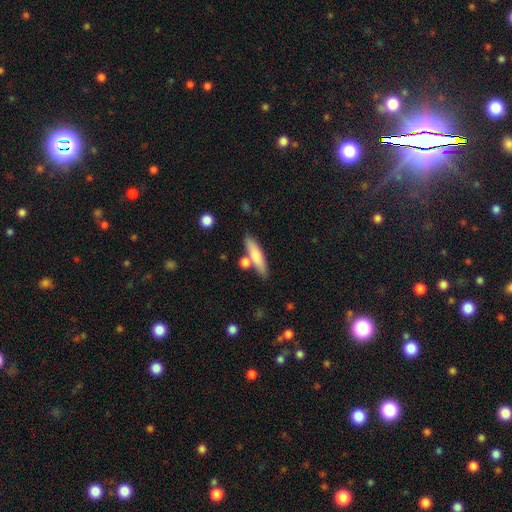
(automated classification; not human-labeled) Smooth or featured?
  - smooth: 71% *
  - featured or disk: 23%
  - star or artifact: 6%
How rounded?
  - cigar-shaped: 76% *
  - in between: 22%
  - round: 3%
Merging?
  - none: 71% *
  - merger: 14%
  - minor disturbance: 12%
  - major disturbance: 3%